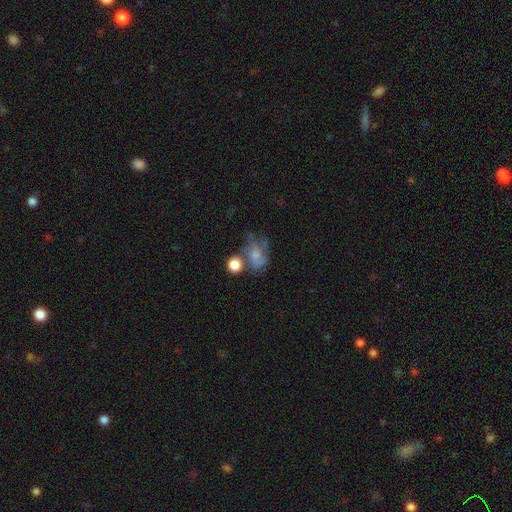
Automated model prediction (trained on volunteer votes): smooth_or_featured: smooth (p=0.52) [alt: featured or disk p=0.36]
how_rounded: in between (p=0.58) [alt: round p=0.40]
merging: none (p=0.34) [alt: merger p=0.22]